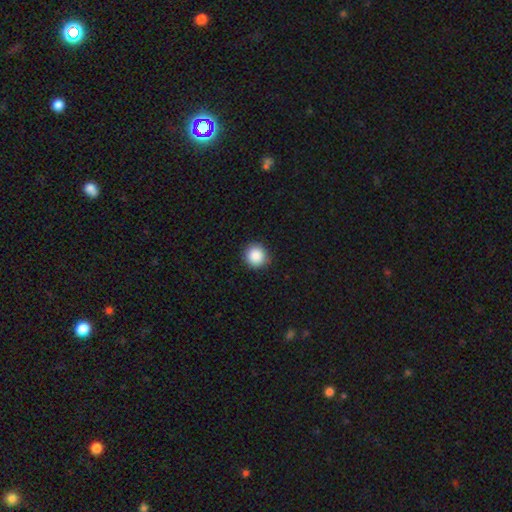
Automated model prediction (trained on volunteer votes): smooth-or-featured: smooth: 88% | star or artifact: 9% | featured or disk: 3%
  how-rounded: round: 95% | in between: 5% | cigar-shaped: 1%
  merging: none: 91% | minor disturbance: 7% | major disturbance: 2% | merger: 1%